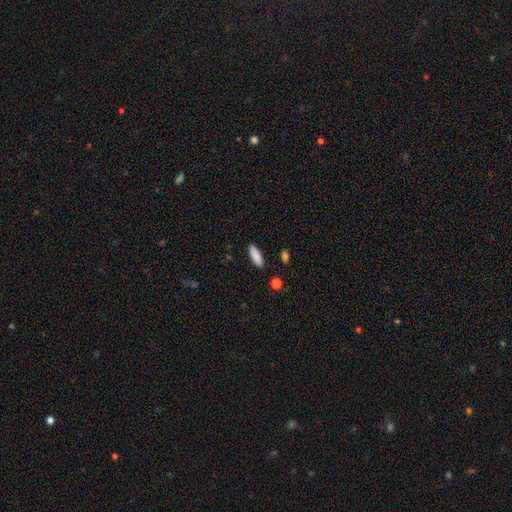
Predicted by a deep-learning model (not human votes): Morphology: type=smooth (89%); roundness=in between (59%); merging=none (88%).